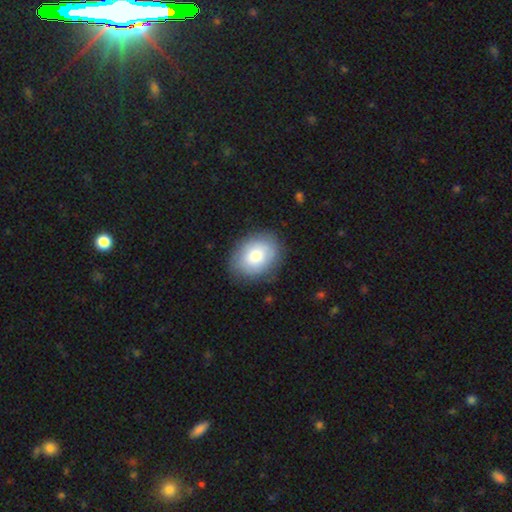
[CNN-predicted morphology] Smooth or featured? smooth (80%)
How rounded? in between (65%)
Merging? none (82%)